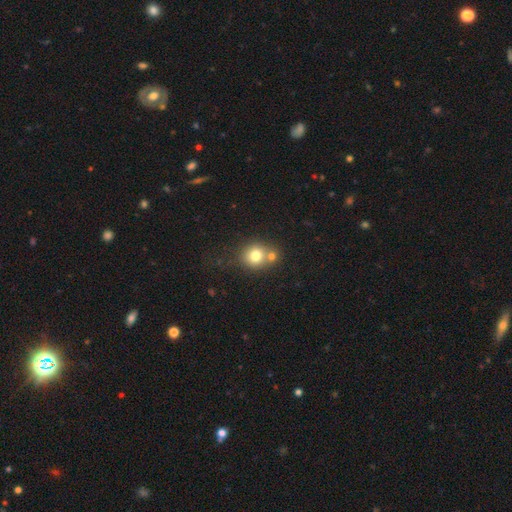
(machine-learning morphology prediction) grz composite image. It shows a smooth galaxy with no disk features (76%) that is round (81%). Merging: none (49%).